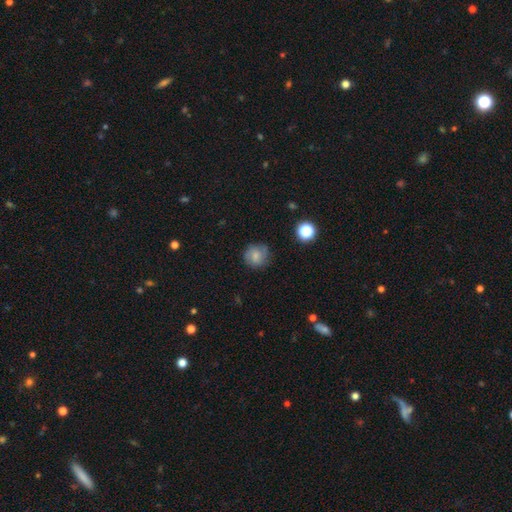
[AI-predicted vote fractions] This appears to be a smooth galaxy with no disk features (66%) that is round (88%). Merging: none (74%).